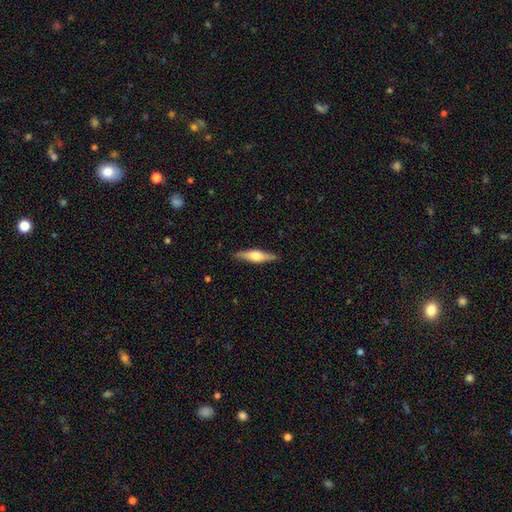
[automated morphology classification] This is possibly a featured or disk galaxy (58%). It is clearly viewed edge-on (96%). Edge-on bulge: clearly rounded (89%). Merging: clearly none (89%).